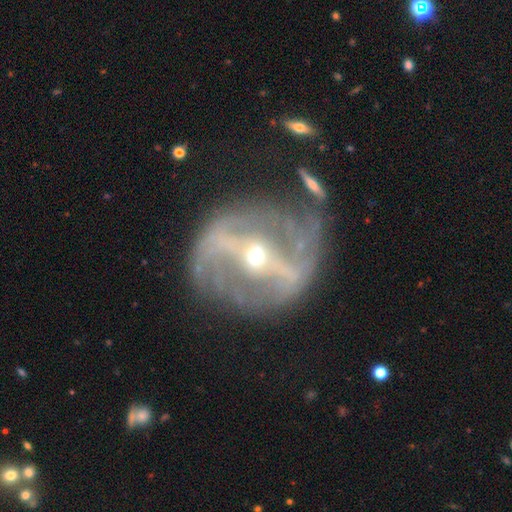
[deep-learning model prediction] This is clearly a featured or disk galaxy (86%). It is clearly not viewed edge-on (91%). Bar: likely strong (78%). Spiral arm pattern: likely yes (73%). Spiral arm count: likely 2 (65%). Spiral winding: marginally medium (37%). Central bulge: possibly moderate (50%). Merging: likely none (62%).